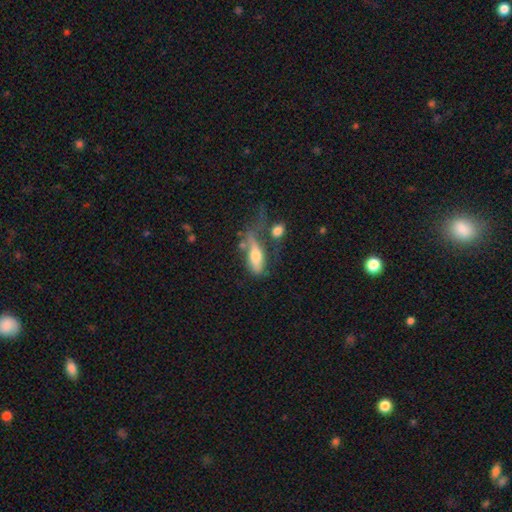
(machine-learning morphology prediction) This appears to be a smooth galaxy with no disk features (58%) that is in between round and cigar-shaped (60%). Merging: none (29%).